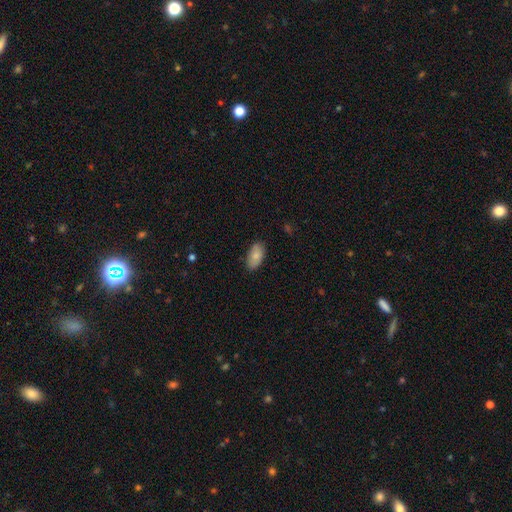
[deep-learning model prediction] smooth_or_featured: smooth (p=0.83) [alt: featured or disk p=0.11]
how_rounded: in between (p=0.94) [alt: cigar-shaped p=0.03]
merging: none (p=0.84) [alt: minor disturbance p=0.12]